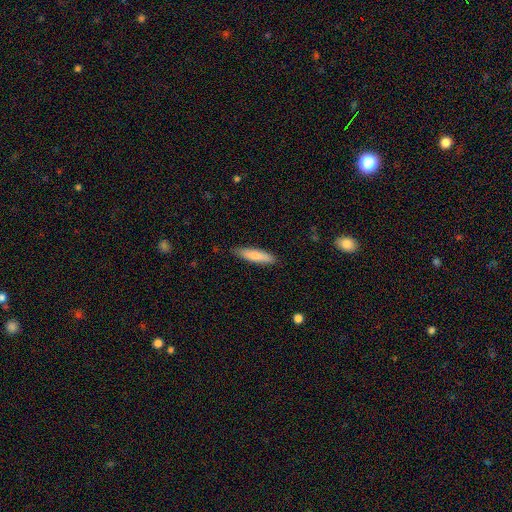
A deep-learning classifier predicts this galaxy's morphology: Smooth or featured?
  - smooth: 79% *
  - featured or disk: 15%
  - star or artifact: 6%
How rounded?
  - cigar-shaped: 75% *
  - in between: 24%
  - round: 1%
Merging?
  - none: 85% *
  - minor disturbance: 12%
  - major disturbance: 2%
  - merger: 1%